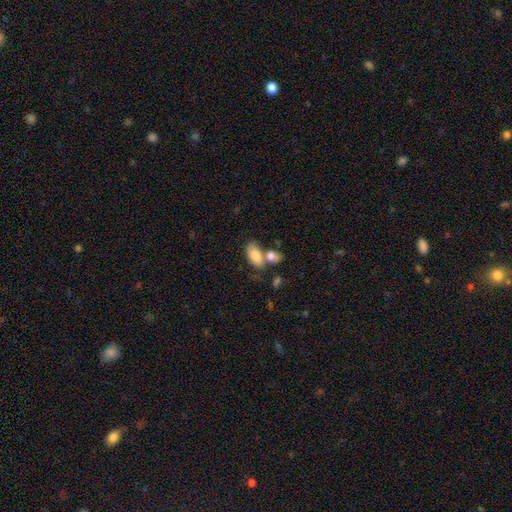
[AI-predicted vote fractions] A smooth galaxy with no disk features (83%) that is in between round and cigar-shaped (92%). Merging: none (41%).